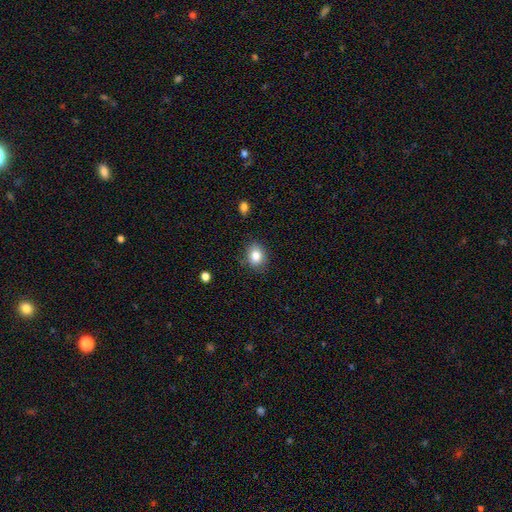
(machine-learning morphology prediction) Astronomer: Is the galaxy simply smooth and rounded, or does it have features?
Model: smooth — 84%.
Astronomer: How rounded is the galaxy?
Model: round — 50% (runner-up: in between, 49%).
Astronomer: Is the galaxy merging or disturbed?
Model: none — 81%.